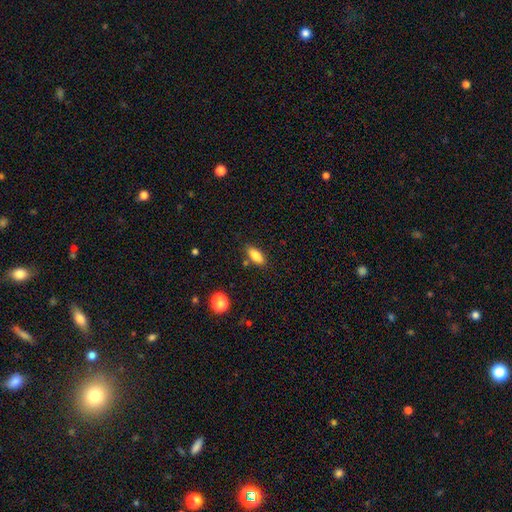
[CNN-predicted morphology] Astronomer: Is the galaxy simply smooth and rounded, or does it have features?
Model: smooth — 83%.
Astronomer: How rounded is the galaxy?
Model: in between — 78%.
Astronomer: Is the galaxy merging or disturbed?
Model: none — 81%.